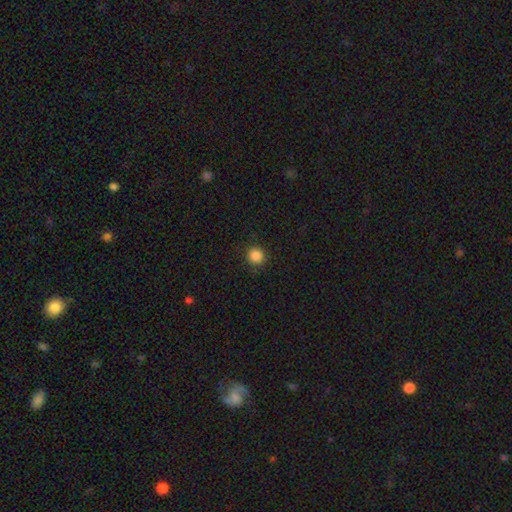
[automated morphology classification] smooth_or_featured: smooth (p=0.86) [alt: star or artifact p=0.11]
how_rounded: round (p=0.94) [alt: in between p=0.05]
merging: none (p=0.90) [alt: minor disturbance p=0.07]